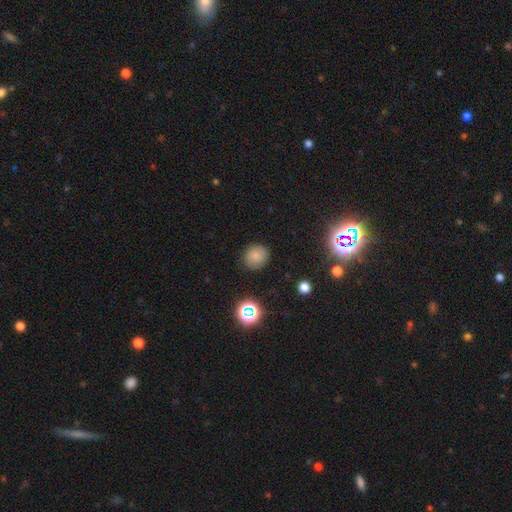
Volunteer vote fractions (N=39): This appears to be a smooth galaxy with no disk features (90%) that is round (80%). Merging: none (83%).